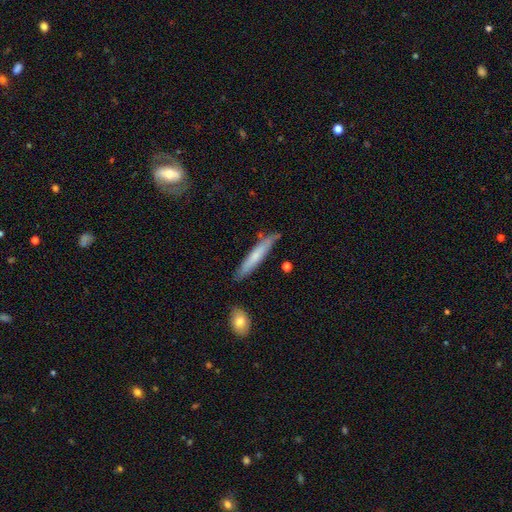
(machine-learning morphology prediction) smooth_or_featured: smooth (p=0.59) [alt: featured or disk p=0.35]
how_rounded: cigar-shaped (p=0.93) [alt: in between p=0.06]
merging: none (p=0.81) [alt: minor disturbance p=0.14]